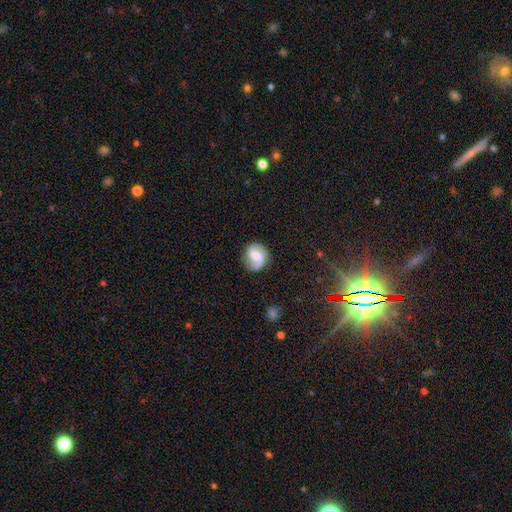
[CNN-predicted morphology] This appears to be a featured or disk galaxy (83%) with a weak bar (48%), 2 (91%) medium (50%) spiral arms (97%) and a moderate central bulge (55%). Merging: none (82%).